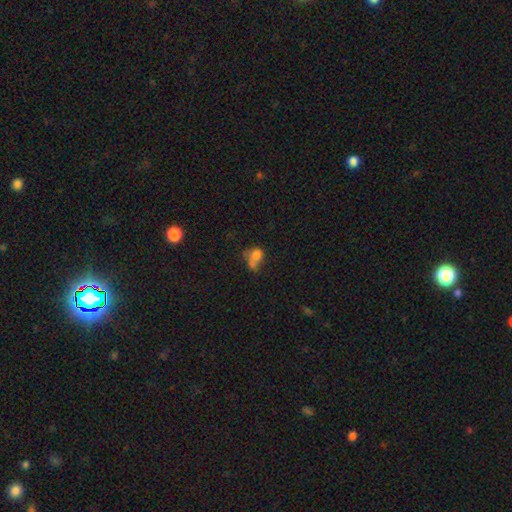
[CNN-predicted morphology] smooth-or-featured: smooth: 70% | featured or disk: 16% | star or artifact: 14%
  how-rounded: in between: 51% | round: 47% | cigar-shaped: 2%
  merging: merger: 33% | none: 25% | major disturbance: 23% | minor disturbance: 19%